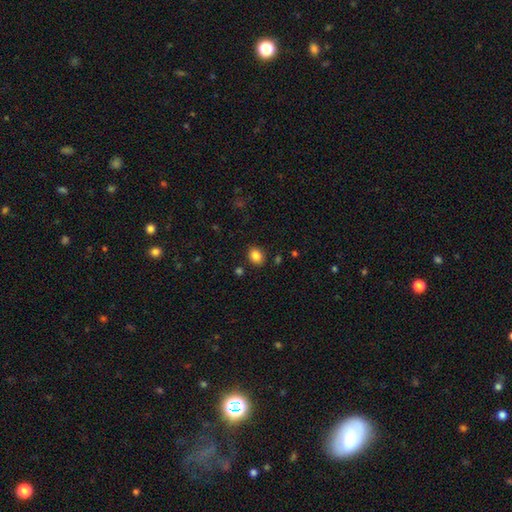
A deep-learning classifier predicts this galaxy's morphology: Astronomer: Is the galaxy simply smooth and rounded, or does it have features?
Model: smooth — 85%.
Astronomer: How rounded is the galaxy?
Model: in between — 55% (runner-up: round, 44%).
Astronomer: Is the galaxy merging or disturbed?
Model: none — 87%.